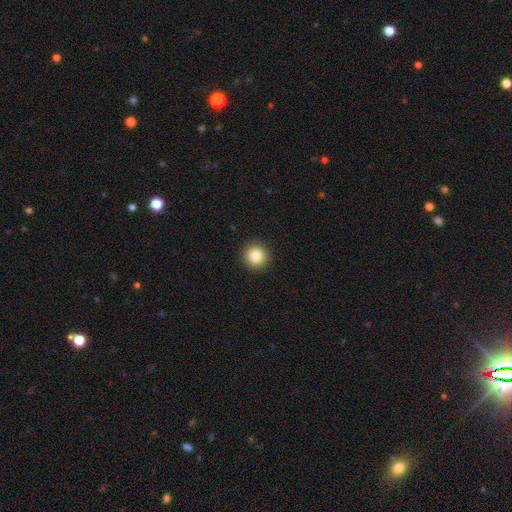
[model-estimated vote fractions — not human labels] Smooth or featured? smooth (84%)
How rounded? round (95%)
Merging? none (93%)